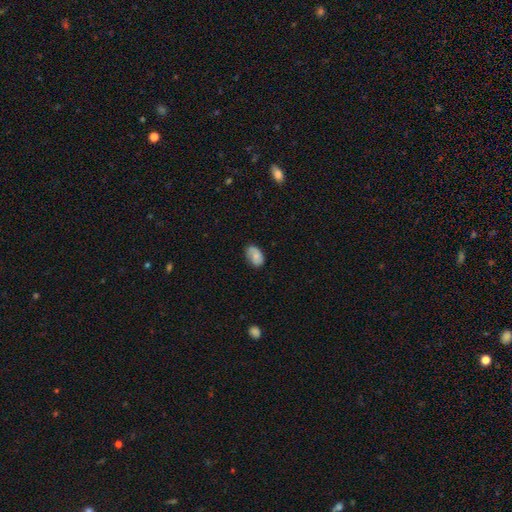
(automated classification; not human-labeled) This appears to be a smooth galaxy with no disk features (70%) that is in between round and cigar-shaped (89%). Merging: none (63%).